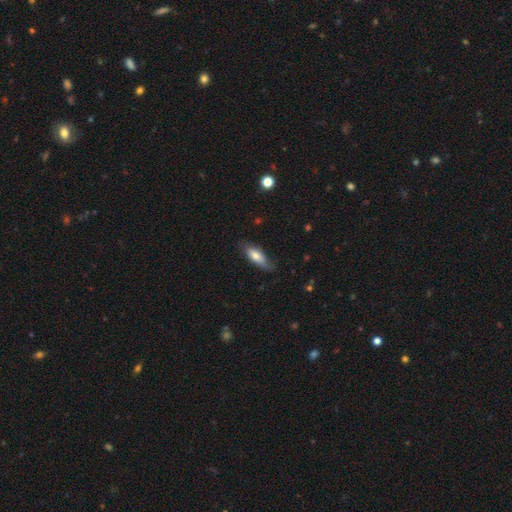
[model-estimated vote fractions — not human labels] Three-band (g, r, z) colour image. It shows a smooth galaxy with no disk features (70%) that is in between round and cigar-shaped (66%). Merging: none (73%).